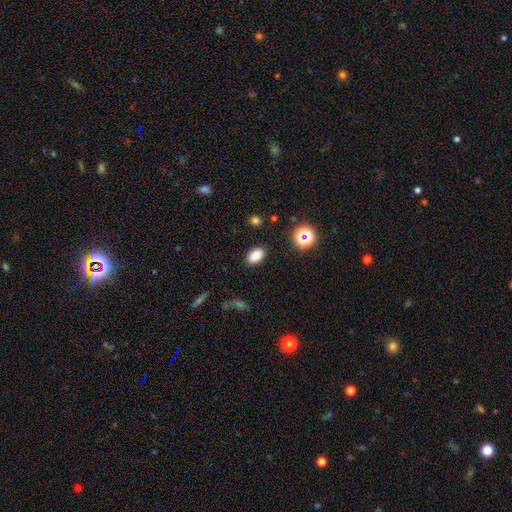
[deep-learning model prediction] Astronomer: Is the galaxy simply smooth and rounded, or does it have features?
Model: smooth — 83%.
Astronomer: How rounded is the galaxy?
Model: in between — 87%.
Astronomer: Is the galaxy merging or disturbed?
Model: none — 87%.